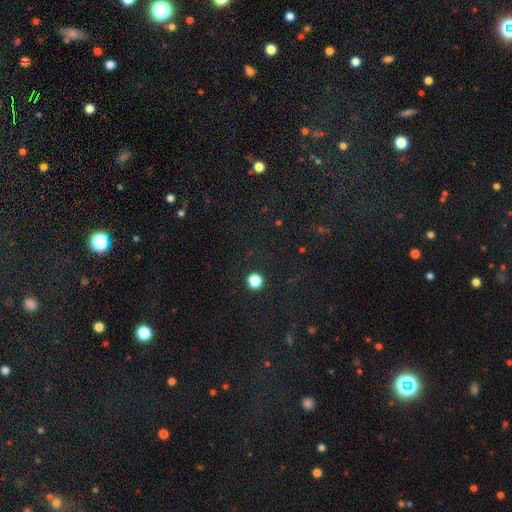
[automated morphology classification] Smooth or featured: star or artifact — 73% (smooth — 19%)